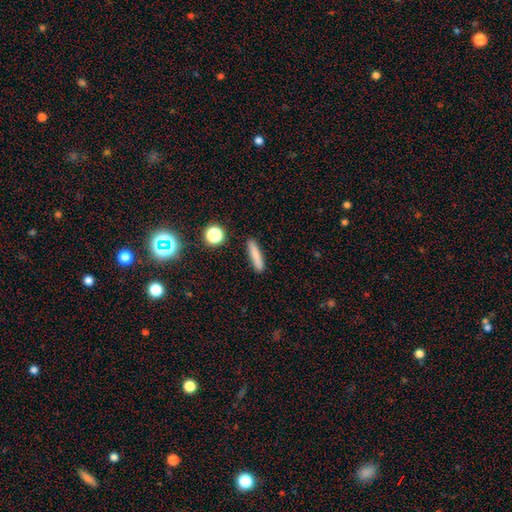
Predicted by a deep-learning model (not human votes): A smooth galaxy with no disk features (81%) that is cigar-shaped (86%). Merging: none (89%).